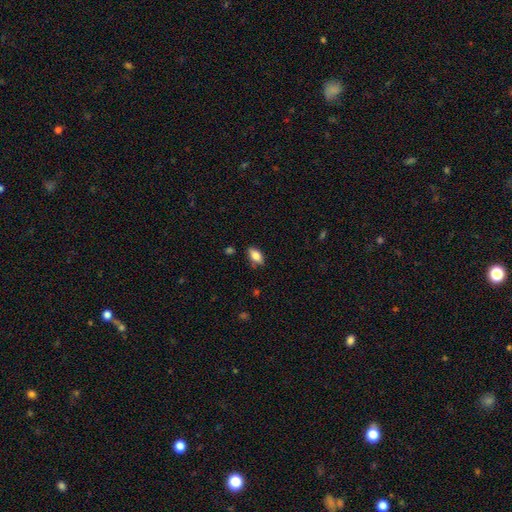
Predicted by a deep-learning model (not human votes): Morphology: type=smooth (78%); roundness=in between (88%); merging=none (79%).